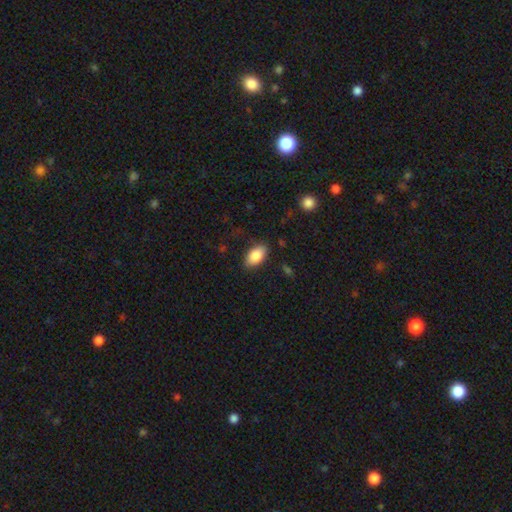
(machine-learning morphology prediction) A smooth galaxy with no disk features (85%) that is in between round and cigar-shaped (93%).

Vote fractions:
- Smooth or featured? smooth: 85% / featured or disk: 8% / star or artifact: 7%
- How rounded? in between: 93% / round: 5% / cigar-shaped: 3%
- Merging? none: 84% / minor disturbance: 12% / major disturbance: 3% / merger: 1%